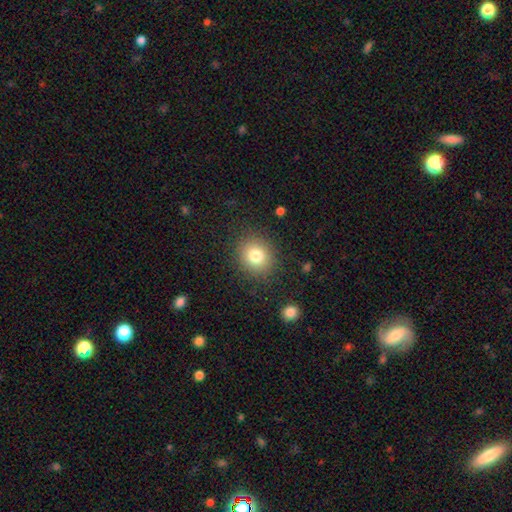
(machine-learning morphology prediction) type=smooth (80%); roundness=round (78%); merging=none (87%).